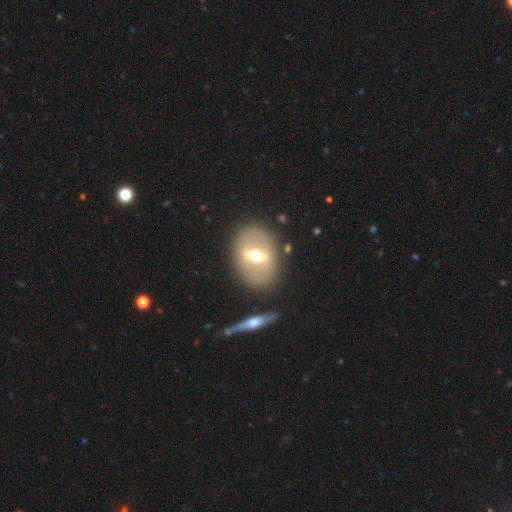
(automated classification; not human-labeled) Smooth or featured?
  - featured or disk: 55% *
  - smooth: 36%
  - star or artifact: 9%
Edge-on disk?
  - no: 84% *
  - yes: 16%
Merging?
  - none: 77% *
  - minor disturbance: 12%
  - merger: 6%
  - major disturbance: 4%